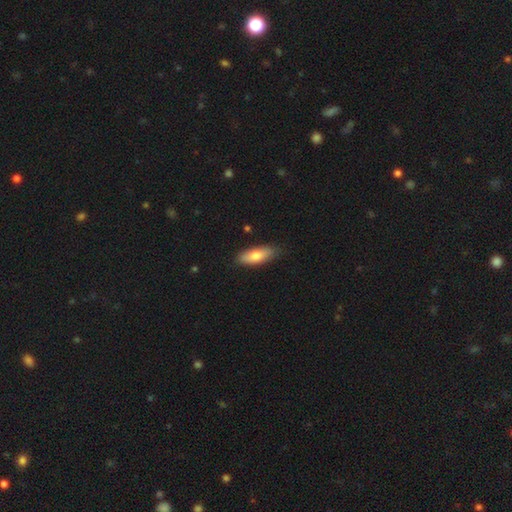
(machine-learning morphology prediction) Smooth or featured? smooth (76%)
How rounded? in between (68%)
Merging? none (83%)